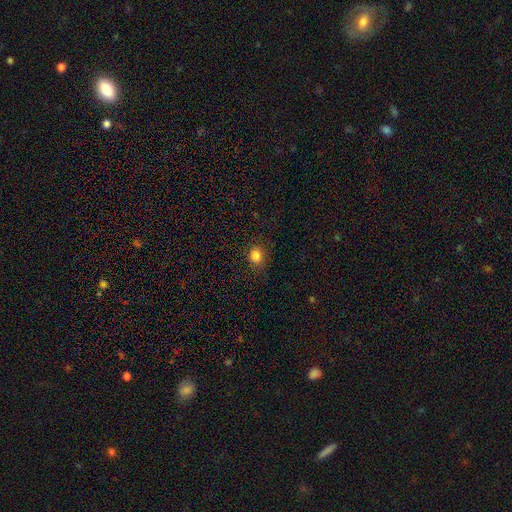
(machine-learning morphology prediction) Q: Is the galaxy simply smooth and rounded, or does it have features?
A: smooth — 83%.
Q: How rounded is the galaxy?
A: round — 63%.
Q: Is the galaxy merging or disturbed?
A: none — 85%.